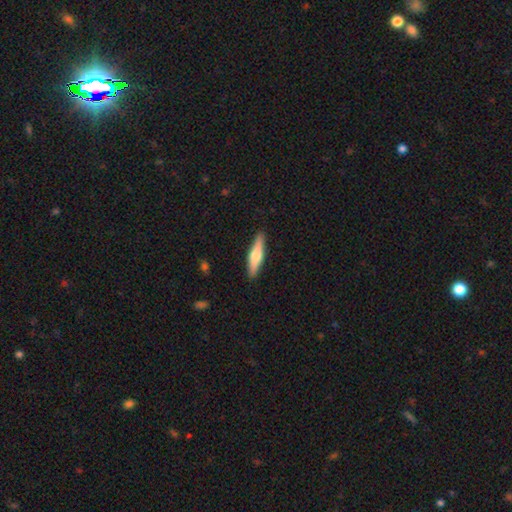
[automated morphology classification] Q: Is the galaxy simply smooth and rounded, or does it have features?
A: smooth — 51%.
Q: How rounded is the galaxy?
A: cigar-shaped — 77%.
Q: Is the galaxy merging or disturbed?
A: none — 90%.